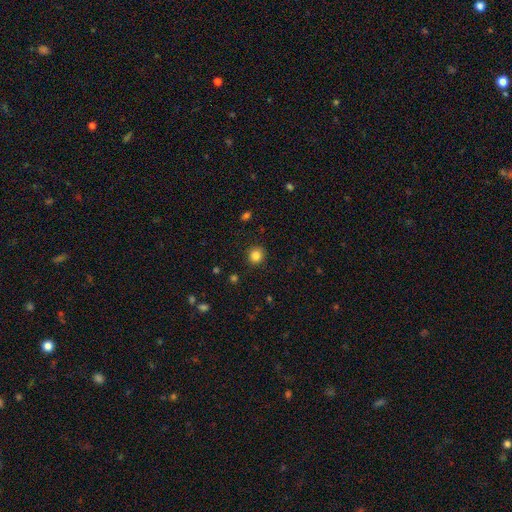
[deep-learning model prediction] This appears to be a smooth galaxy with no disk features (84%) that is round (89%). Merging: none (90%).